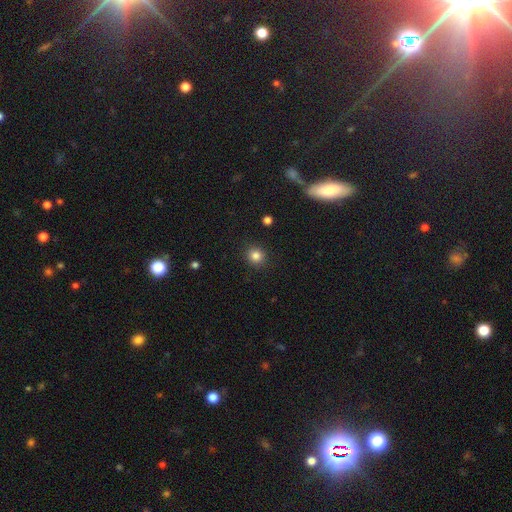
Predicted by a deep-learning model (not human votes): A smooth galaxy with no disk features (83%) that is round (89%). Merging: none (91%).